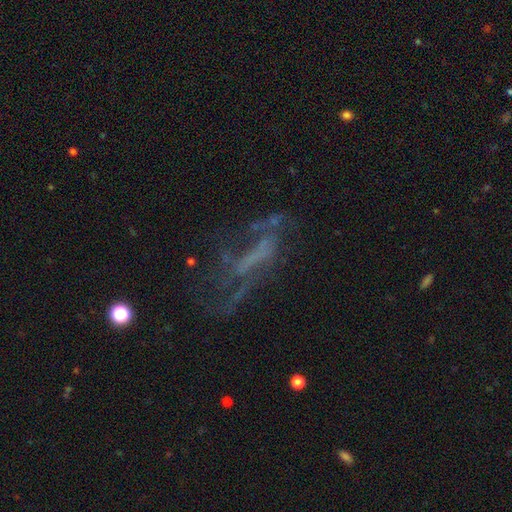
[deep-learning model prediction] A featured or disk galaxy (58%).

Vote fractions:
- Smooth or featured? featured or disk: 58% / star or artifact: 23% / smooth: 19%
- Edge-on disk? no: 83% / yes: 17%
- Merging? none: 42% / major disturbance: 36% / minor disturbance: 17% / merger: 5%